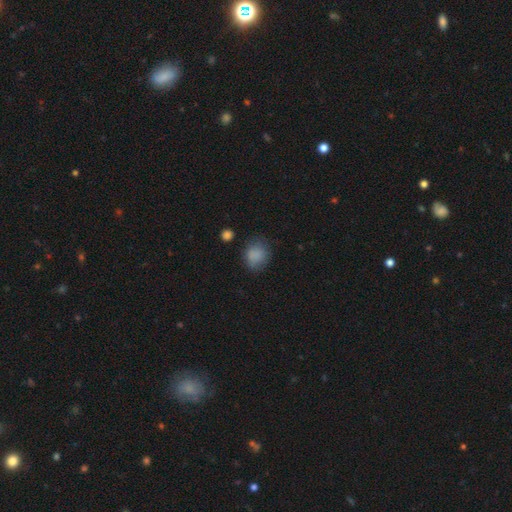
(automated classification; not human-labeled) smooth-or-featured: smooth: 84% | star or artifact: 10% | featured or disk: 6%
  how-rounded: round: 65% | in between: 34% | cigar-shaped: 1%
  merging: none: 69% | minor disturbance: 21% | major disturbance: 7% | merger: 3%